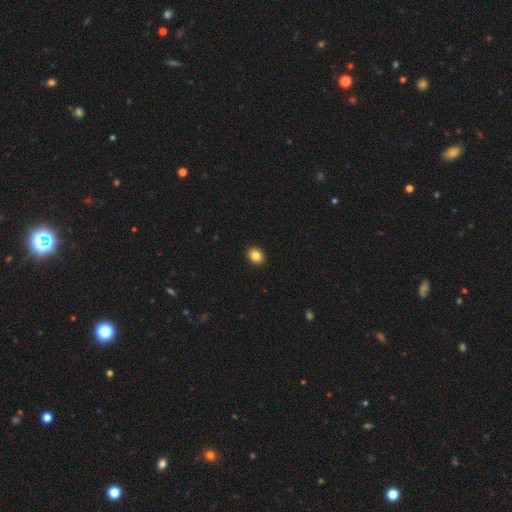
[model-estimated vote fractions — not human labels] smooth 85%, star or artifact 10%, featured or disk 5%. Down the decision tree: how rounded — round (57%); merging — none (92%).